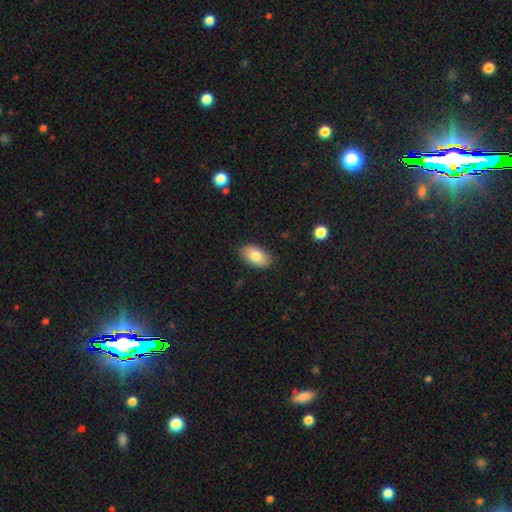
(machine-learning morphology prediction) A smooth galaxy with no disk features (81%) that is in between round and cigar-shaped (93%).

Vote fractions:
- Smooth or featured? smooth: 81% / featured or disk: 13% / star or artifact: 7%
- How rounded? in between: 93% / round: 5% / cigar-shaped: 2%
- Merging? none: 87% / minor disturbance: 10% / major disturbance: 2% / merger: 1%